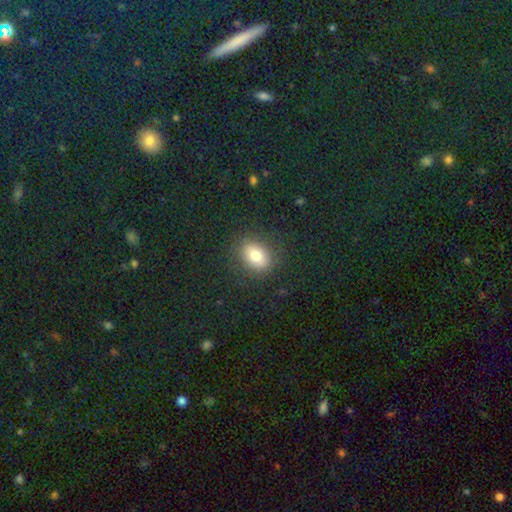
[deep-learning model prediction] Smooth or featured? Predicted: smooth (p=0.76). How rounded? Predicted: in between (p=0.64). Merging? Predicted: none (p=0.86).